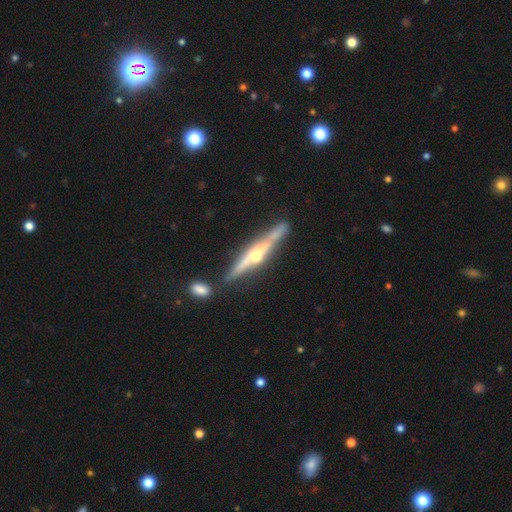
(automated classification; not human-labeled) featured or disk 79%, smooth 16%, star or artifact 6%. Down the decision tree: edge-on disk — yes (97%); edge-on bulge — rounded (94%); merging — none (80%).